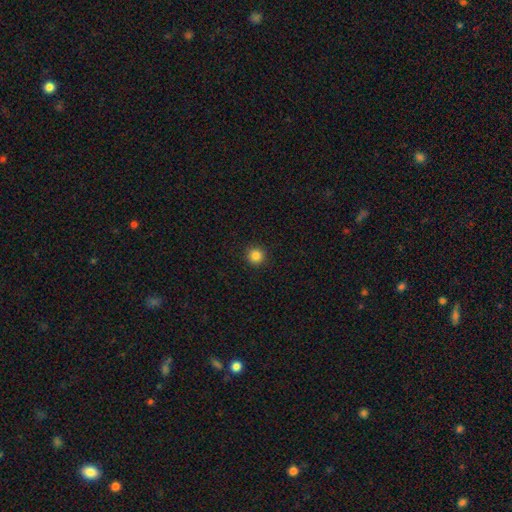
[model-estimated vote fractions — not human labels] Smooth or featured? smooth (85%)
How rounded? round (95%)
Merging? none (92%)